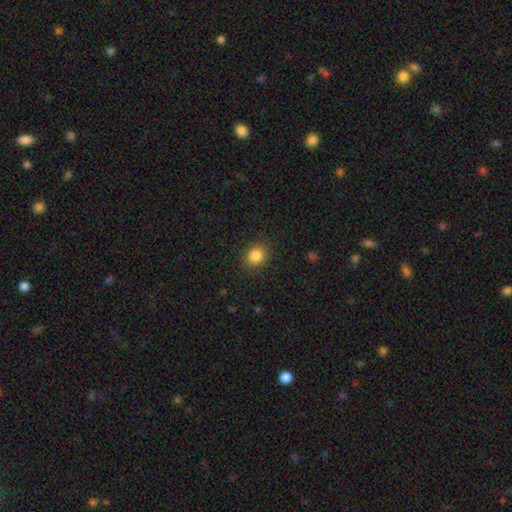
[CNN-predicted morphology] type=smooth (84%); roundness=round (70%); merging=none (88%).